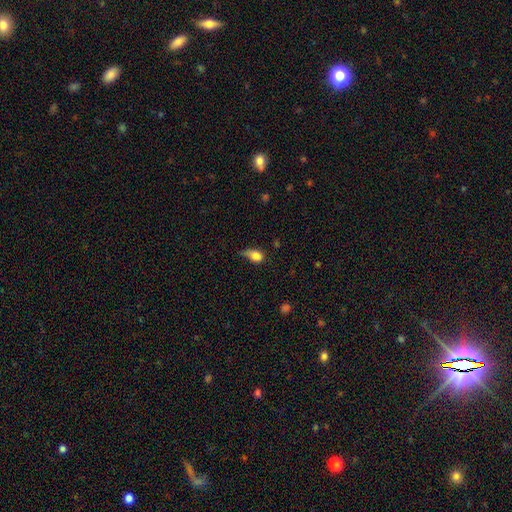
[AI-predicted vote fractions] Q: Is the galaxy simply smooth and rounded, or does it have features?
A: smooth — 79%.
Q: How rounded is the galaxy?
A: in between — 68%.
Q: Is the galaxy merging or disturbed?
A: minor disturbance — 39%.